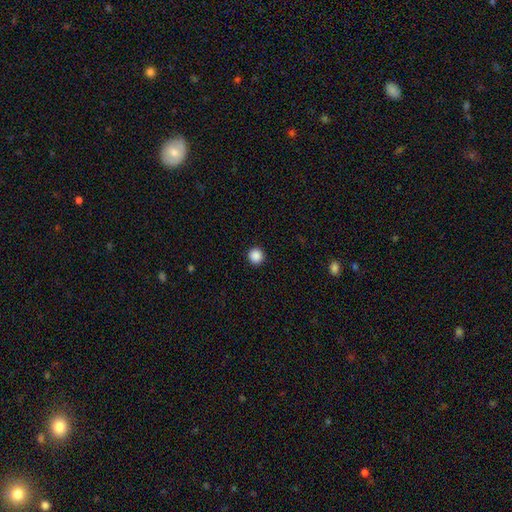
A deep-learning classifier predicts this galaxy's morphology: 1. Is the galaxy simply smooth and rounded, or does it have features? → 88% smooth, 9% star or artifact, 2% featured or disk.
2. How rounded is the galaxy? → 95% round, 4% in between, 1% cigar-shaped.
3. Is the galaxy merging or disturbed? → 93% none, 4% minor disturbance, 2% major disturbance, 1% merger.